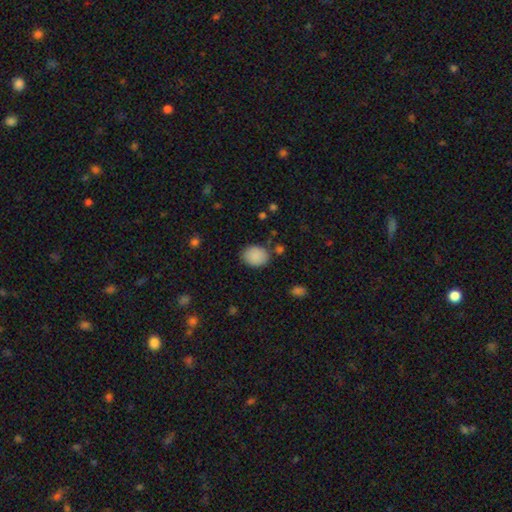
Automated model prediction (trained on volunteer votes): Morphology: type=smooth (89%); roundness=in between (54%); merging=none (81%).